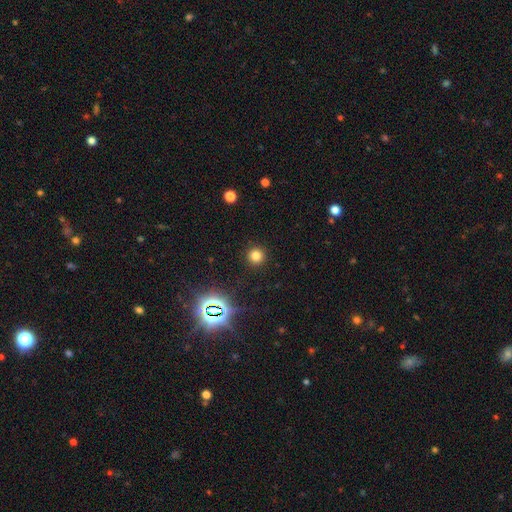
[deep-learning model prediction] smooth_or_featured: smooth (p=0.76) [alt: star or artifact p=0.19]
how_rounded: round (p=0.95) [alt: in between p=0.04]
merging: none (p=0.92) [alt: minor disturbance p=0.05]